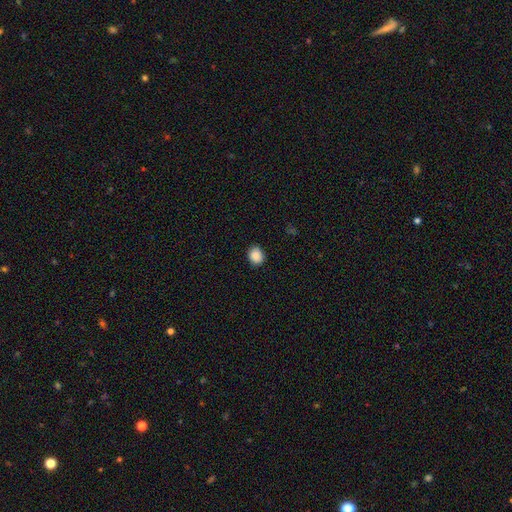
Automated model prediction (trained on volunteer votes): This appears to be a smooth galaxy with no disk features (89%) that is round (59%). Merging: none (87%).